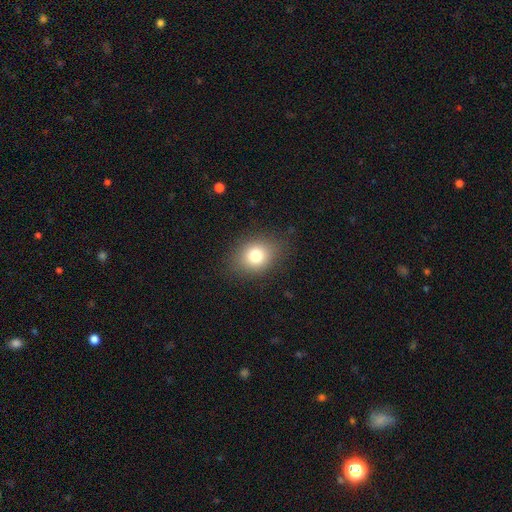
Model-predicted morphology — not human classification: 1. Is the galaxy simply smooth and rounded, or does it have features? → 78% smooth, 12% star or artifact, 10% featured or disk.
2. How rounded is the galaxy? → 51% in between, 48% round, 1% cigar-shaped.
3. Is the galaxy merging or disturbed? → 84% none, 11% minor disturbance, 4% major disturbance, 1% merger.